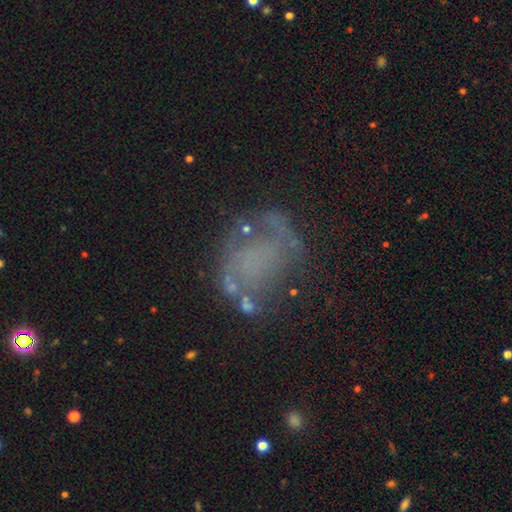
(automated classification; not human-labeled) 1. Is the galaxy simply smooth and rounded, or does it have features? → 62% featured or disk, 23% smooth, 14% star or artifact.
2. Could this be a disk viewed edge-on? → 98% no, 2% yes.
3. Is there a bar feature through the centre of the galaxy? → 80% no, 15% weak, 4% strong.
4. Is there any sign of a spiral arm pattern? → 59% yes, 41% no.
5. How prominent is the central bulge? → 71% none, 18% small, 6% moderate, 3% large, 1% dominant.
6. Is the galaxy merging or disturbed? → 54% none, 20% minor disturbance, 20% major disturbance, 6% merger.